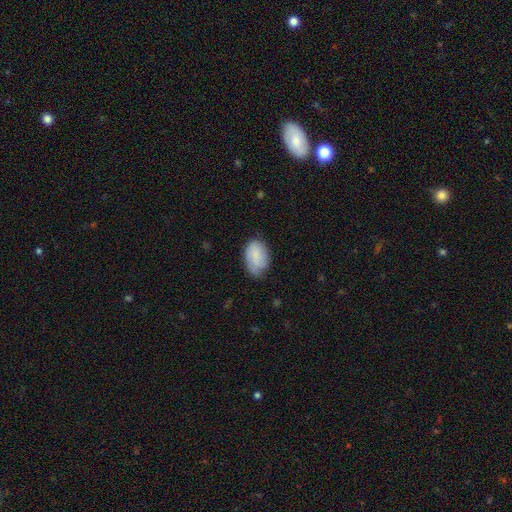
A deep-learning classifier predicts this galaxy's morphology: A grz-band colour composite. It shows a smooth galaxy with no disk features (81%) that is in between round and cigar-shaped (88%). Merging: none (61%).